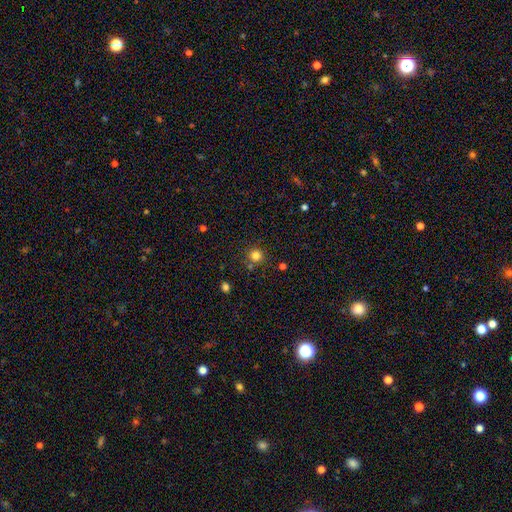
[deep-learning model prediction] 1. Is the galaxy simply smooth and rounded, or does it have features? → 80% smooth, 14% star or artifact, 6% featured or disk.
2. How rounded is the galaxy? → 94% round, 5% in between, 1% cigar-shaped.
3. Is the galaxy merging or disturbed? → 80% none, 9% minor disturbance, 9% merger, 3% major disturbance.